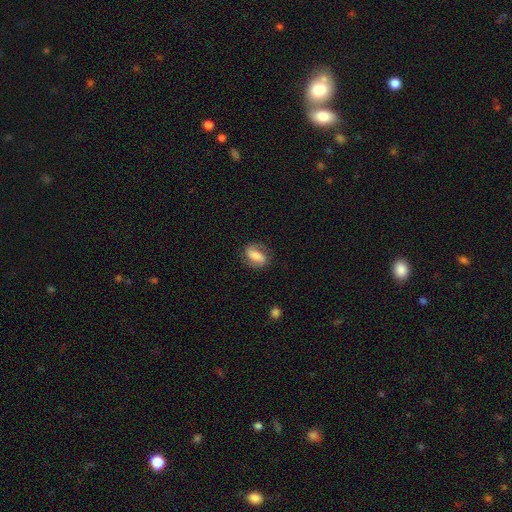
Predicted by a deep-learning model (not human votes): This is possibly a featured or disk galaxy (51%). It is clearly not viewed edge-on (94%). Merging: likely none (77%).